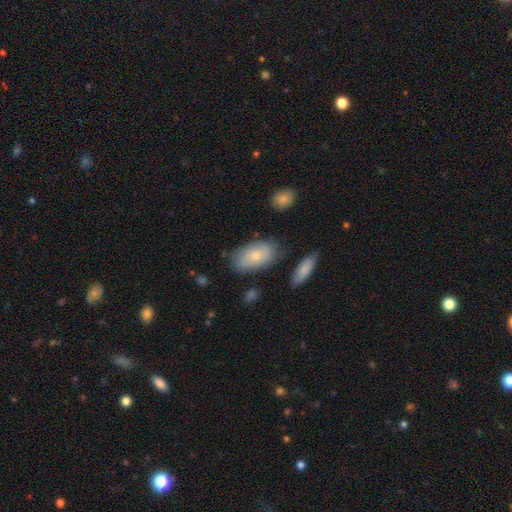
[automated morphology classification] A smooth galaxy with no disk features (70%) that is in between round and cigar-shaped (93%). Merging: none (71%).